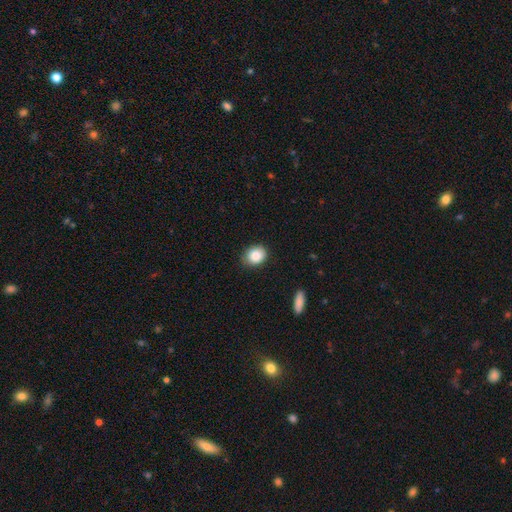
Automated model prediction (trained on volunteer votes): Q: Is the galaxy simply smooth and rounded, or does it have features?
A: smooth — 87%.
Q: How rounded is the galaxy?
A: round — 56%.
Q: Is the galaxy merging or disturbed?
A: none — 82%.